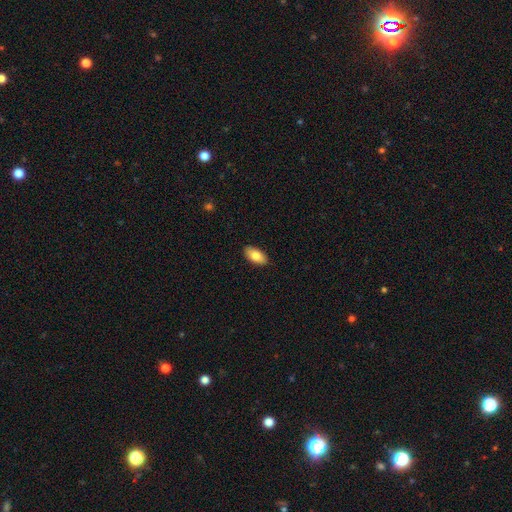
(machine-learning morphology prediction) This appears to be a smooth galaxy with no disk features (82%) that is in between round and cigar-shaped (93%). Merging: none (90%).